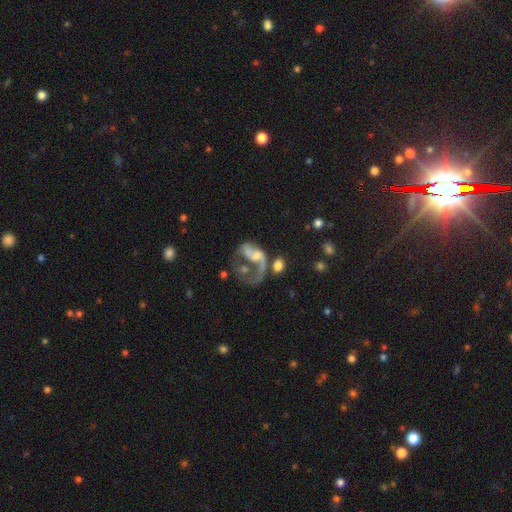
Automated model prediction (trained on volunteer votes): Overall: featured or disk (68%). Edge-on disk: no (97%). Bar: no (67%). Spiral arms: yes (63%; no 37%). Bulge size: small (36%; moderate 29%). Merging: major disturbance (46%; merger 26%).